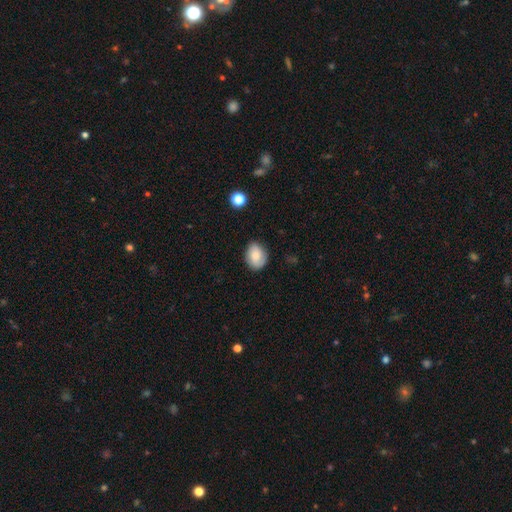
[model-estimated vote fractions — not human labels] Morphology: type=smooth (70%); roundness=in between (60%); merging=none (75%).